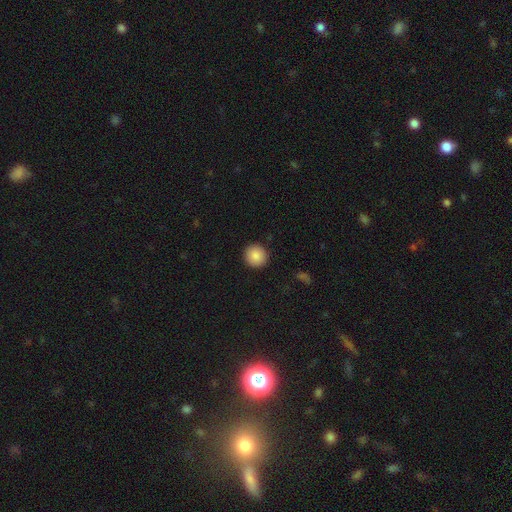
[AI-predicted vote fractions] Overall: smooth (88%). How rounded: round (94%). Merging: none (92%).